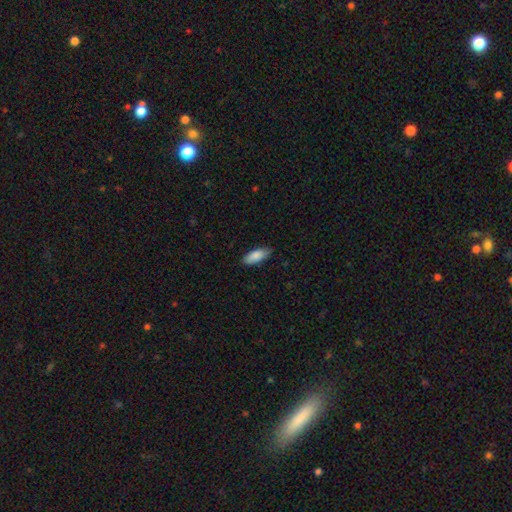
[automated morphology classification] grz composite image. It shows a smooth galaxy with no disk features (87%) that is in between round and cigar-shaped (78%). Merging: none (83%).